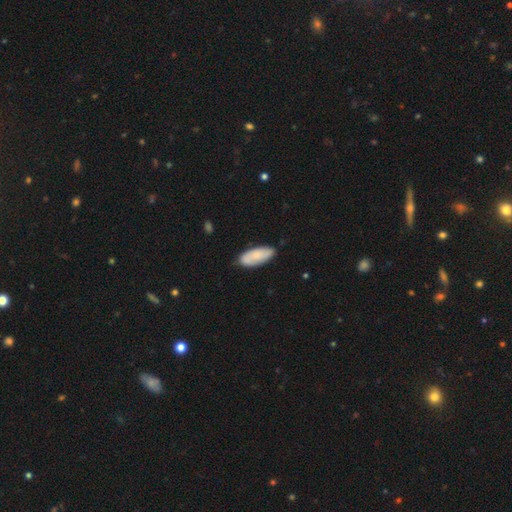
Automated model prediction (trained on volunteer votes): smooth-or-featured: smooth: 78% | featured or disk: 17% | star or artifact: 6%
  how-rounded: in between: 84% | cigar-shaped: 14% | round: 2%
  merging: none: 79% | minor disturbance: 17% | major disturbance: 3% | merger: 2%